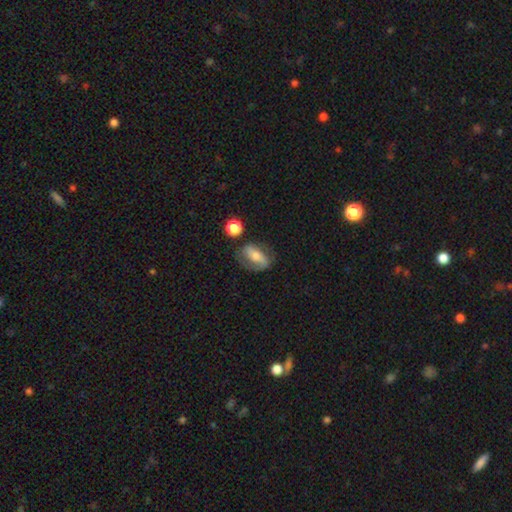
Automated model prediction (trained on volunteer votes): smooth-or-featured: featured or disk: 57% | smooth: 35% | star or artifact: 8%
  disk-edge-on: no: 92% | yes: 8%
    bar: strong: 44% | no: 28% | weak: 28%
    has-spiral-arms: yes: 73% | no: 27%
    bulge-size: moderate: 56% | small: 32% | large: 8% | none: 3% | dominant: 2%
  merging: none: 64% | minor disturbance: 21% | major disturbance: 11% | merger: 4%